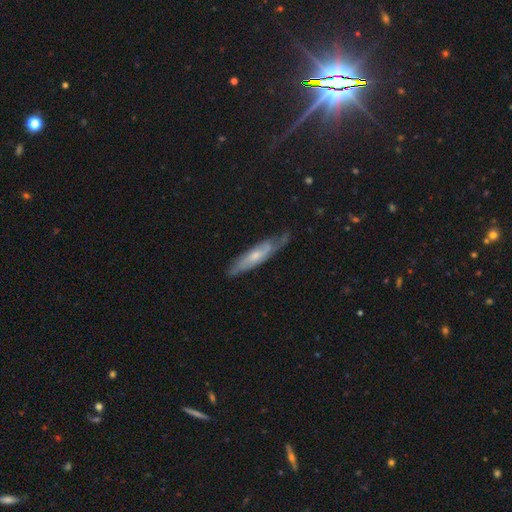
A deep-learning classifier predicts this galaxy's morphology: smooth_or_featured: featured or disk (p=0.62) [alt: smooth p=0.32]
disk_edge_on: no (p=0.52) [alt: yes p=0.48]
merging: none (p=0.64) [alt: minor disturbance p=0.27]